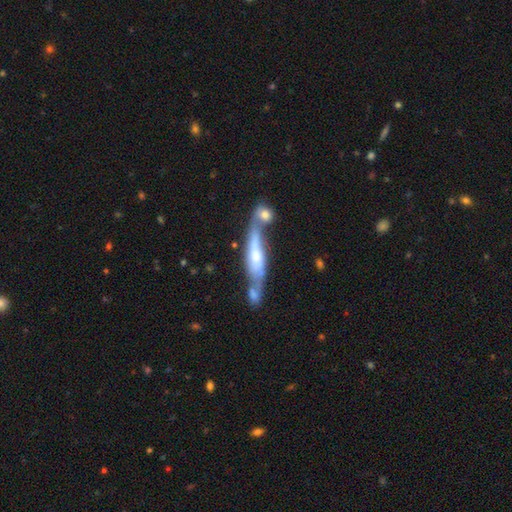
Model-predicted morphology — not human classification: Smooth or featured?
  - featured or disk: 59% *
  - smooth: 34%
  - star or artifact: 7%
Edge-on disk?
  - yes: 58% *
  - no: 42%
Merging?
  - merger: 50% *
  - none: 29%
  - minor disturbance: 14%
  - major disturbance: 7%